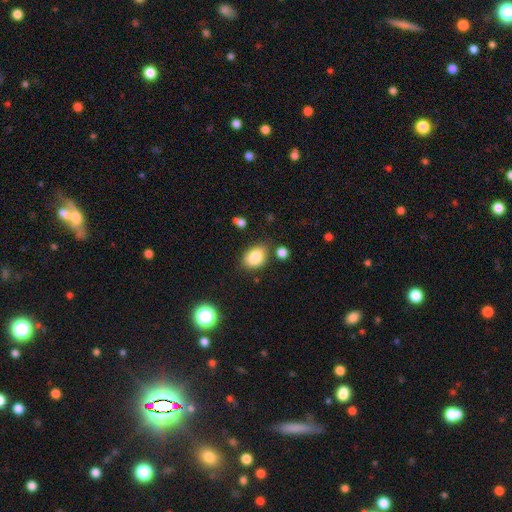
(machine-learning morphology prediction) smooth_or_featured: smooth (p=0.85) [alt: star or artifact p=0.09]
how_rounded: in between (p=0.77) [alt: round p=0.22]
merging: none (p=0.72) [alt: minor disturbance p=0.18]